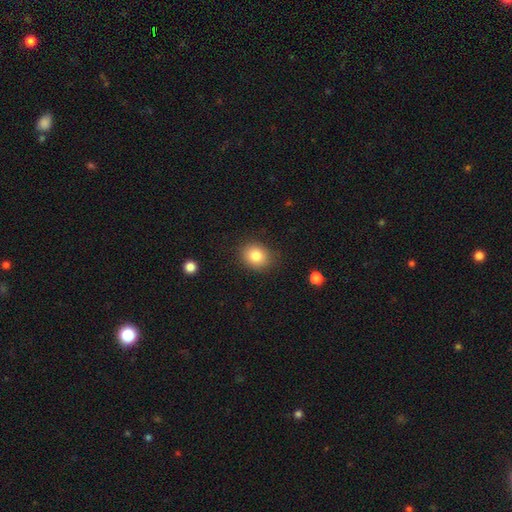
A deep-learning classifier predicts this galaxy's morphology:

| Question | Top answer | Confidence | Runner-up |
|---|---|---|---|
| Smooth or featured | smooth | 83% | star or artifact (9%) |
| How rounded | round | 61% | in between (38%) |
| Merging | none | 85% | minor disturbance (10%) |